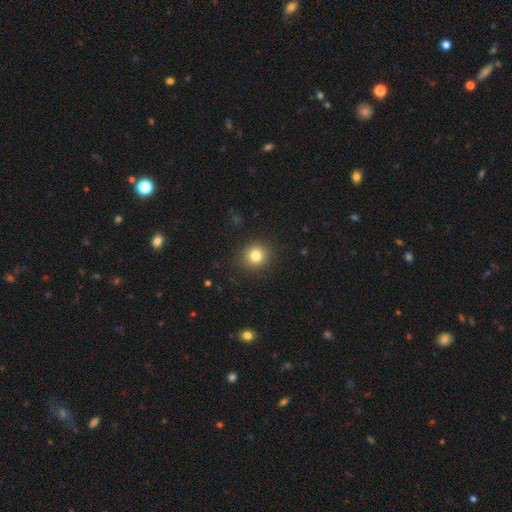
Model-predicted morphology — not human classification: type=smooth (81%); roundness=round (85%); merging=none (89%).